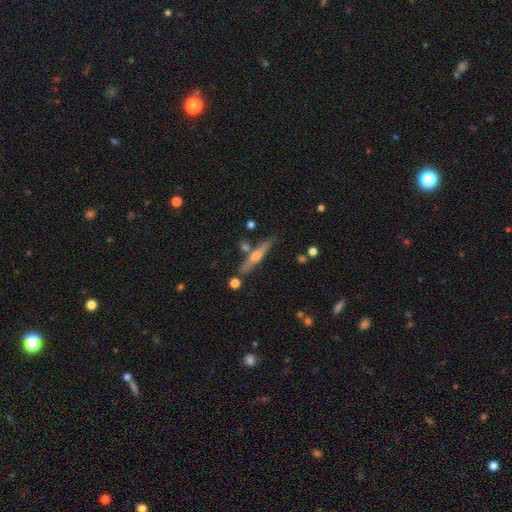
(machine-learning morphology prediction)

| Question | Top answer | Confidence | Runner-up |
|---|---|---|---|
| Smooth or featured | featured or disk | 57% | smooth (36%) |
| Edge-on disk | yes | 95% | no (5%) |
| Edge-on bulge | rounded | 83% | none (12%) |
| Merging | none | 78% | minor disturbance (12%) |